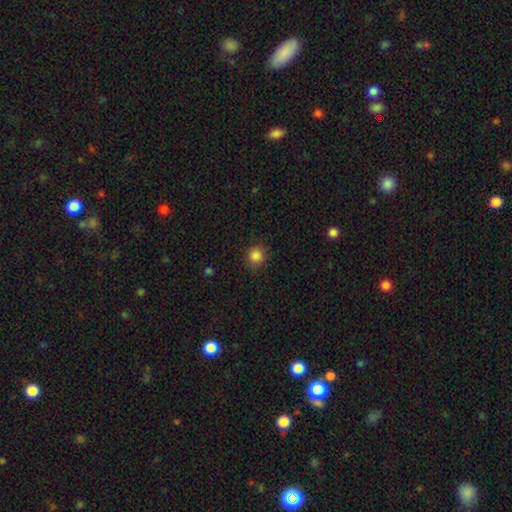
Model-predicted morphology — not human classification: A smooth galaxy with no disk features (85%) that is round (91%). Merging: none (87%).